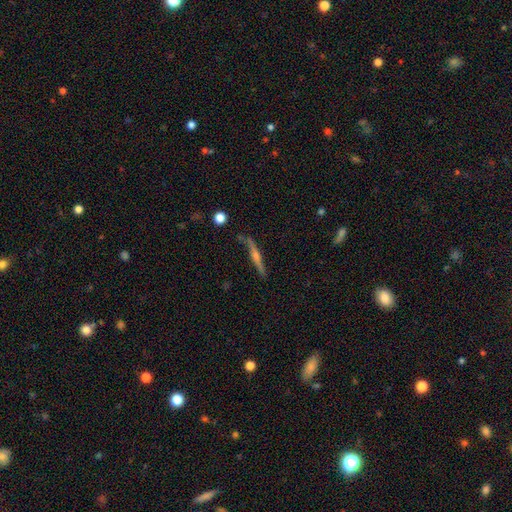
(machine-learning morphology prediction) smooth_or_featured: featured or disk (p=0.76) [alt: smooth p=0.17]
disk_edge_on: yes (p=0.95) [alt: no p=0.05]
edge_on_bulge: rounded (p=0.82) [alt: none p=0.10]
merging: none (p=0.78) [alt: minor disturbance p=0.16]